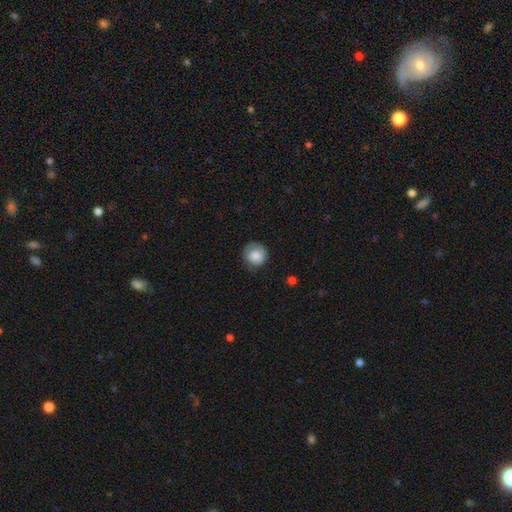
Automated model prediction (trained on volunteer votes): A smooth galaxy with no disk features (81%) that is round (90%). Merging: none (70%).